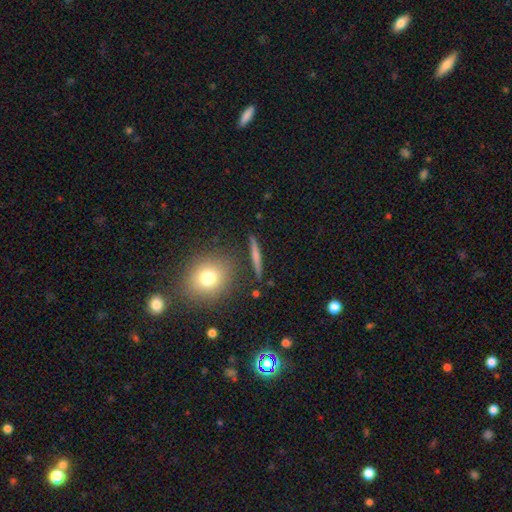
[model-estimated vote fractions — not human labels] Smooth or featured? smooth (51%)
How rounded? cigar-shaped (83%)
Merging? none (87%)